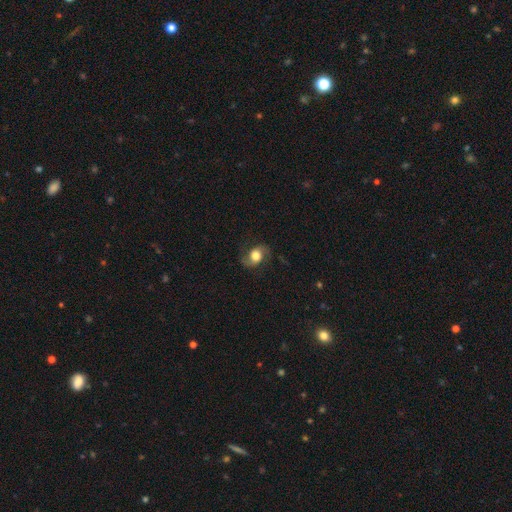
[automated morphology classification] Overall: featured or disk (59%; smooth 33%). Edge-on disk: no (96%). Bar: no (65%; weak 27%). Spiral arms: yes (89%). Bulge size: large (46%; moderate 38%). Merging: none (75%).